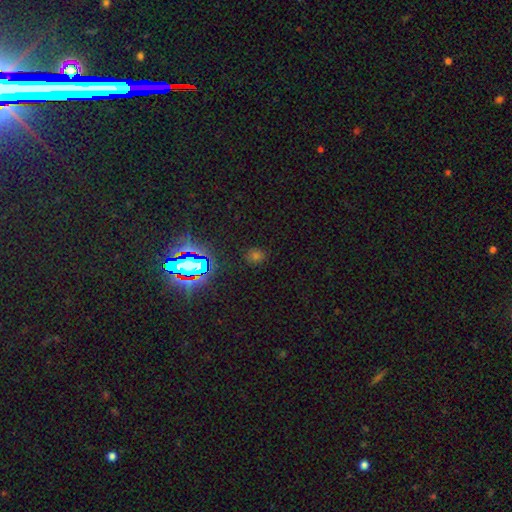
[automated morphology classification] smooth-or-featured: star or artifact: 47% | smooth: 46% | featured or disk: 7%